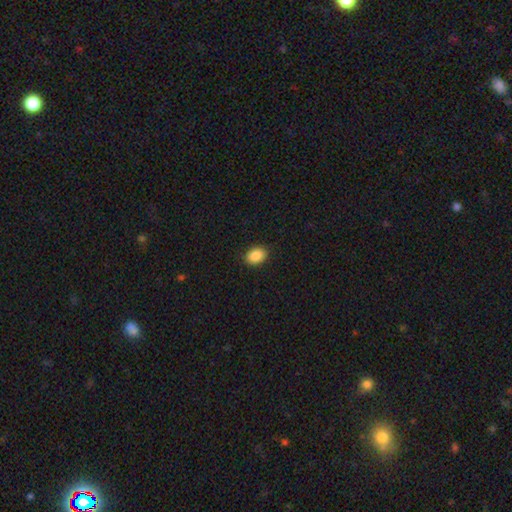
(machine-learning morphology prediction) smooth_or_featured: smooth (p=0.89) [alt: star or artifact p=0.08]
how_rounded: in between (p=0.72) [alt: round p=0.27]
merging: none (p=0.89) [alt: minor disturbance p=0.08]